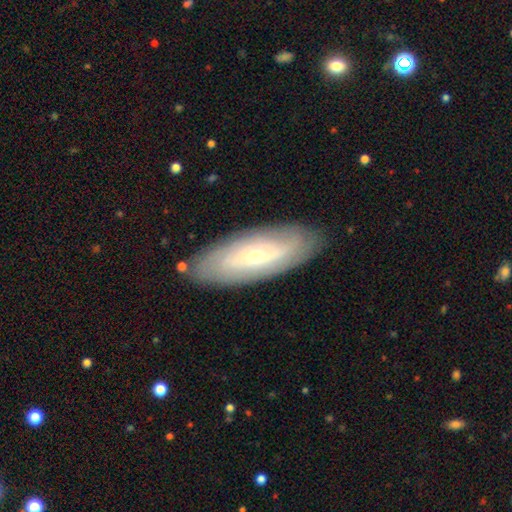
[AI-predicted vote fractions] featured or disk 66%, smooth 27%, star or artifact 7%. Down the decision tree: edge-on disk — no (82%); bar — no (69%); spiral arms — yes (71%); bulge size — small (68%); merging — none (85%).